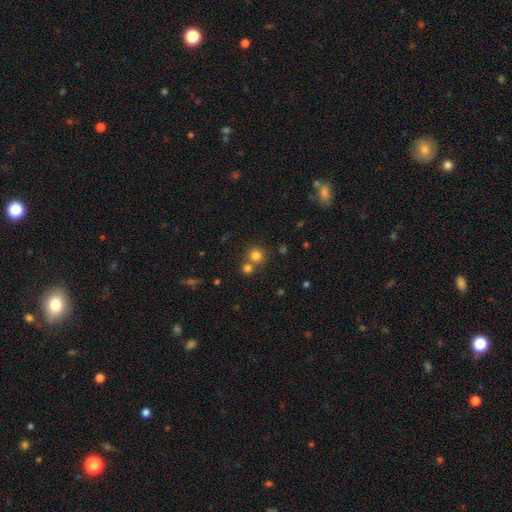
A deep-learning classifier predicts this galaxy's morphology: smooth-or-featured: smooth: 79% | star or artifact: 14% | featured or disk: 7%
  how-rounded: round: 91% | in between: 8% | cigar-shaped: 1%
  merging: none: 62% | merger: 28% | minor disturbance: 7% | major disturbance: 3%